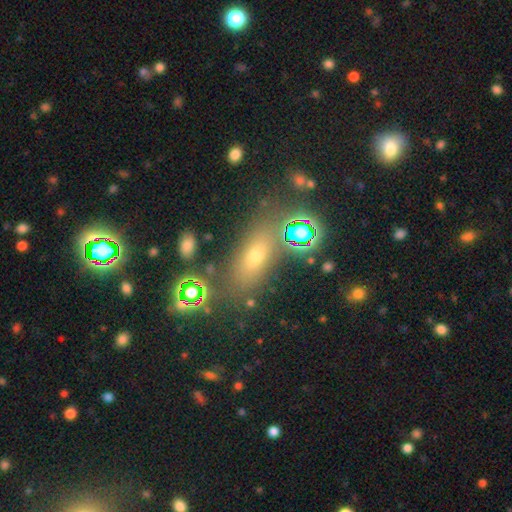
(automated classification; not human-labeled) A smooth galaxy with no disk features (56%) that is in between round and cigar-shaped (64%). Merging: none (77%).